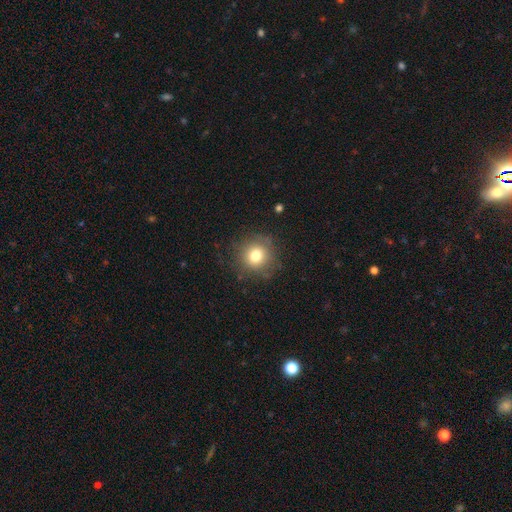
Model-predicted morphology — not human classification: smooth 76%, star or artifact 13%, featured or disk 11%. Down the decision tree: how rounded — round (91%); merging — none (83%).